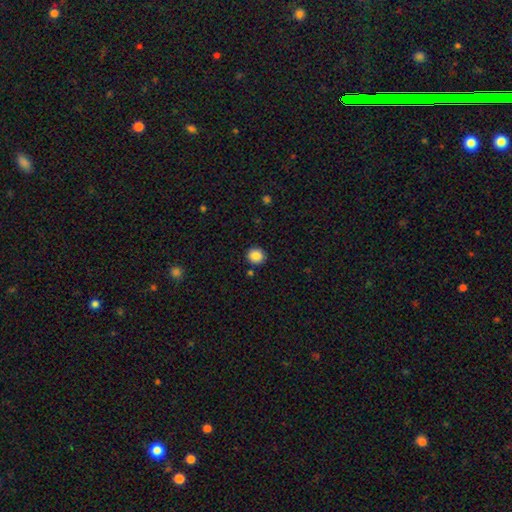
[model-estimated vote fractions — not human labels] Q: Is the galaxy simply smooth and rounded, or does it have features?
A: smooth — 87%.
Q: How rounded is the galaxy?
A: round — 87%.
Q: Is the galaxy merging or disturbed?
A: none — 89%.